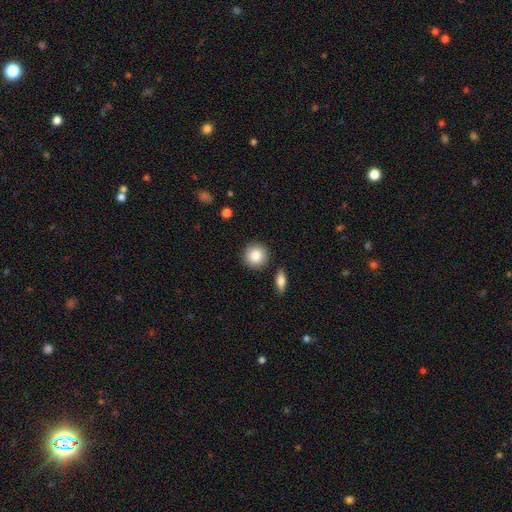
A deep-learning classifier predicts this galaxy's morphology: Q: Smooth or featured?
A: smooth (86%); runner-up: star or artifact (7%)
Q: How rounded?
A: round (92%); runner-up: in between (7%)
Q: Merging?
A: none (88%); runner-up: minor disturbance (7%)